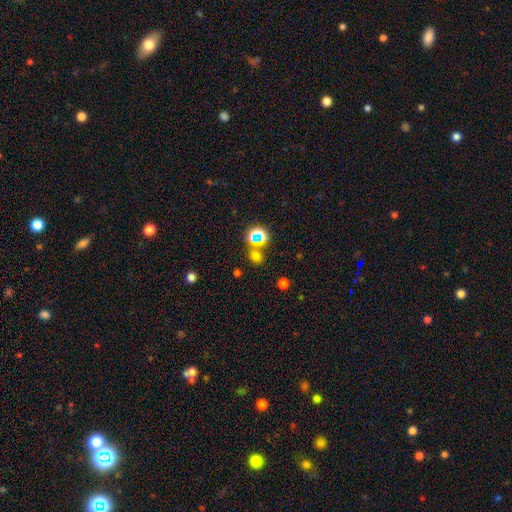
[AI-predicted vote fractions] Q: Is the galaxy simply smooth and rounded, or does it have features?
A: smooth — 59%.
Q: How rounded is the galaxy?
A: round — 73%.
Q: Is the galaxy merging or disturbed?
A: none — 74%.